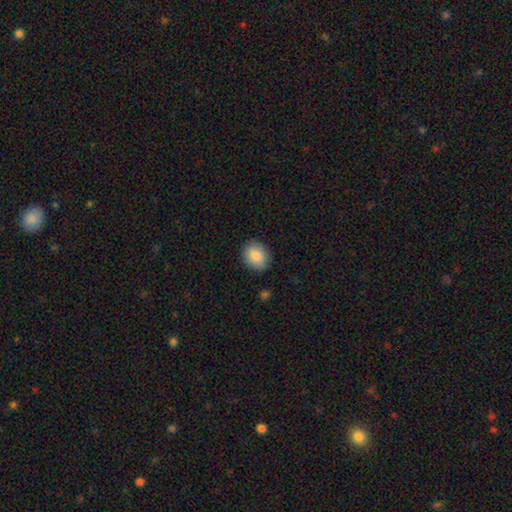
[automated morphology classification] smooth_or_featured: smooth (p=0.86) [alt: star or artifact p=0.07]
how_rounded: round (p=0.57) [alt: in between p=0.42]
merging: none (p=0.87) [alt: minor disturbance p=0.09]